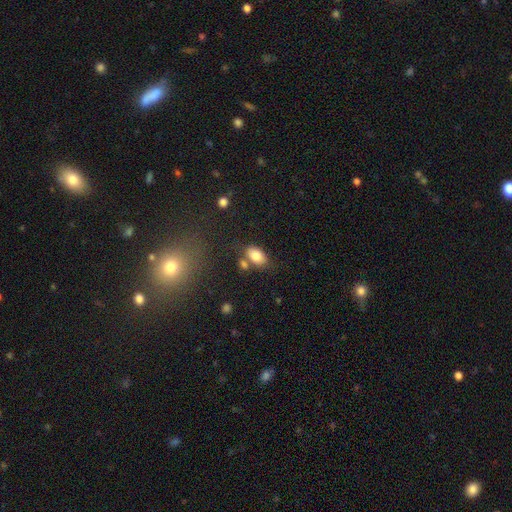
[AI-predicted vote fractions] A smooth galaxy with no disk features (82%) that is in between round and cigar-shaped (90%).

Vote fractions:
- Smooth or featured? smooth: 82% / featured or disk: 9% / star or artifact: 8%
- How rounded? in between: 90% / round: 9% / cigar-shaped: 2%
- Merging? none: 63% / merger: 18% / minor disturbance: 15% / major disturbance: 4%